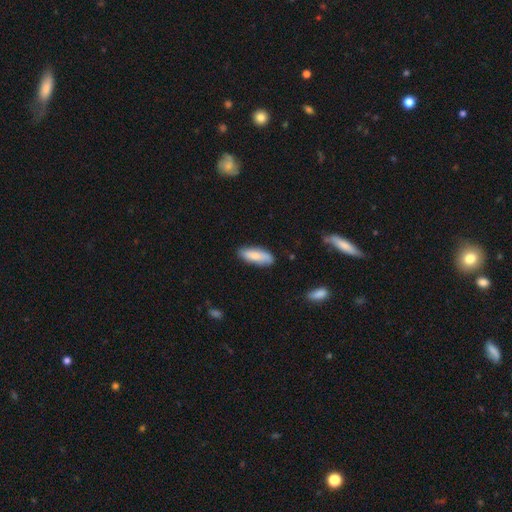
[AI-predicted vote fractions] This is likely a smooth galaxy (76%). How rounded: likely in between (63%). Merging: likely none (80%).